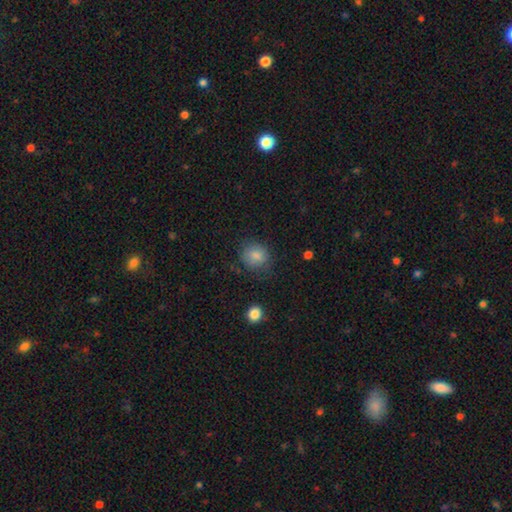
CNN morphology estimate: smooth-or-featured: smooth: 83% | star or artifact: 10% | featured or disk: 8%
  how-rounded: round: 75% | in between: 24% | cigar-shaped: 1%
  merging: none: 72% | minor disturbance: 19% | major disturbance: 7% | merger: 2%